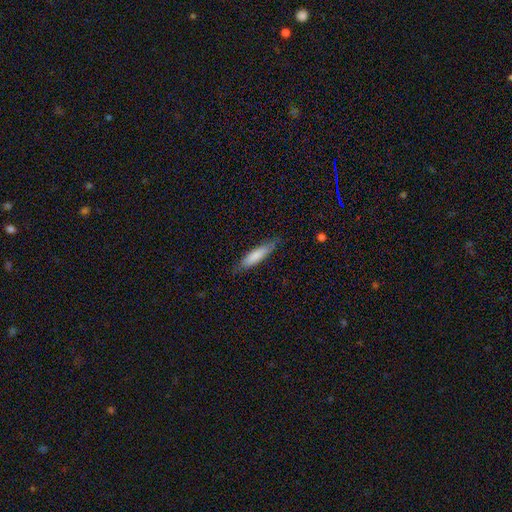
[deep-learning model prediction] smooth_or_featured: smooth (p=0.79) [alt: featured or disk p=0.15]
how_rounded: cigar-shaped (p=0.76) [alt: in between p=0.23]
merging: none (p=0.80) [alt: minor disturbance p=0.16]